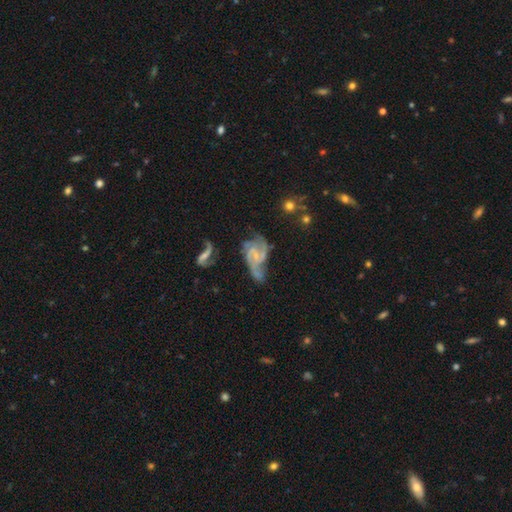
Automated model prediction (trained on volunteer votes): A featured or disk galaxy (80%) with no bar (51%), 2 (47%) medium (46%) spiral arms (90%) and a small central bulge (60%). Merging: none (35%).